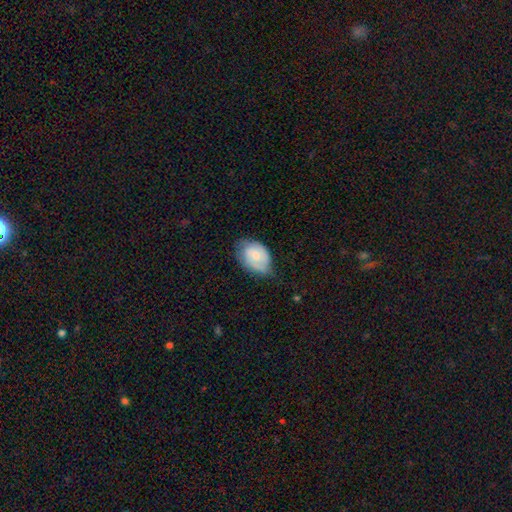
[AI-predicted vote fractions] smooth_or_featured: smooth (p=0.53) [alt: featured or disk p=0.41]
how_rounded: in between (p=0.80) [alt: round p=0.19]
merging: none (p=0.58) [alt: minor disturbance p=0.32]